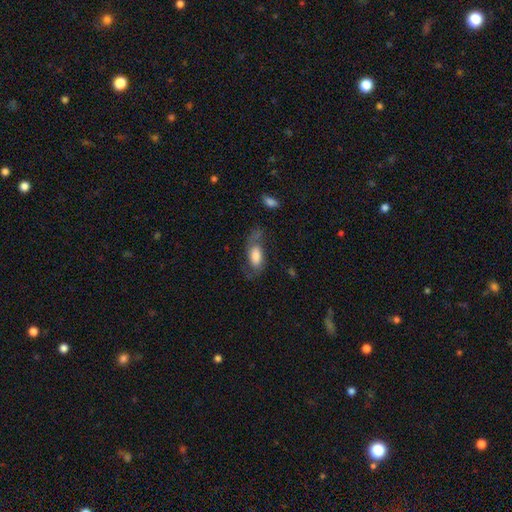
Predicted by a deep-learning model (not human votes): Overall: smooth (55%; featured or disk 38%). How rounded: in between (89%). Merging: none (47%; major disturbance 24%).